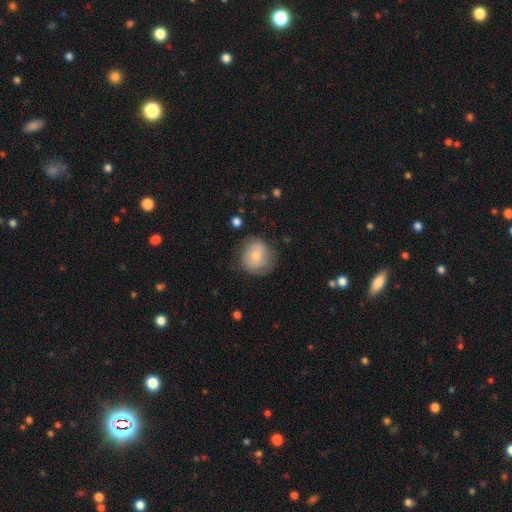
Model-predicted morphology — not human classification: A smooth galaxy with no disk features (56%) that is round (84%). Merging: none (70%).